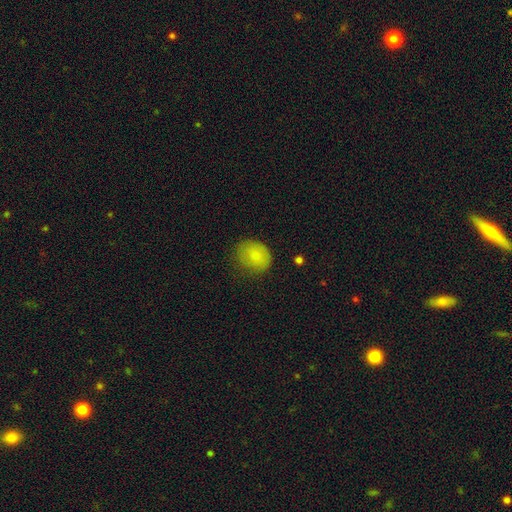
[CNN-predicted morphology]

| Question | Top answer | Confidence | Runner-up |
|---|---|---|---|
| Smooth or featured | smooth | 80% | featured or disk (11%) |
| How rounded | round | 61% | in between (38%) |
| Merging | none | 62% | minor disturbance (27%) |